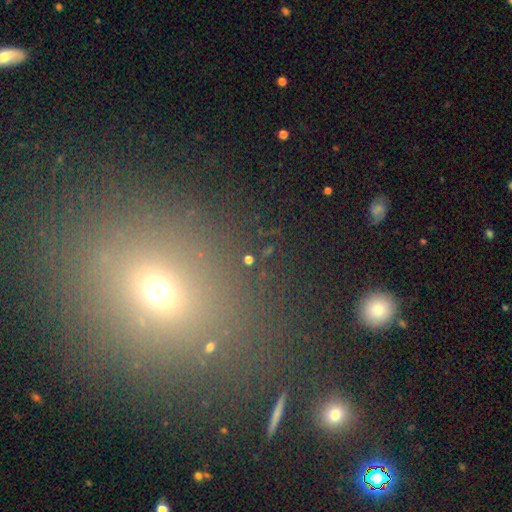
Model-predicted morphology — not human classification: Smooth or featured: smooth — 51% (star or artifact — 37%)
How rounded: round — 60% (in between — 37%)
Merging: none — 83% (minor disturbance — 8%)